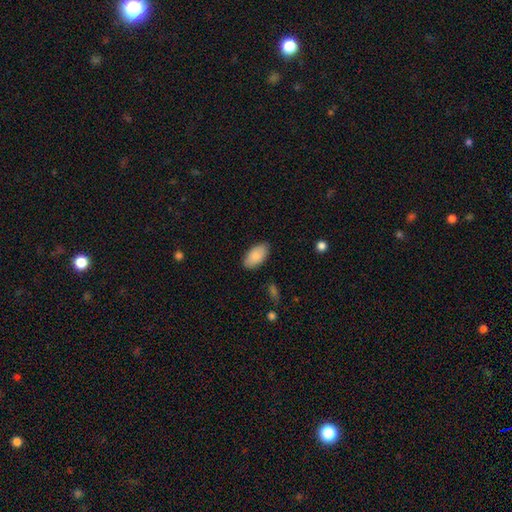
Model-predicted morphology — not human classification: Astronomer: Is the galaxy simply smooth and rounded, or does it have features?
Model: smooth — 87%.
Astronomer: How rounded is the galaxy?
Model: in between — 95%.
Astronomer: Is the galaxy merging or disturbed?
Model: none — 85%.